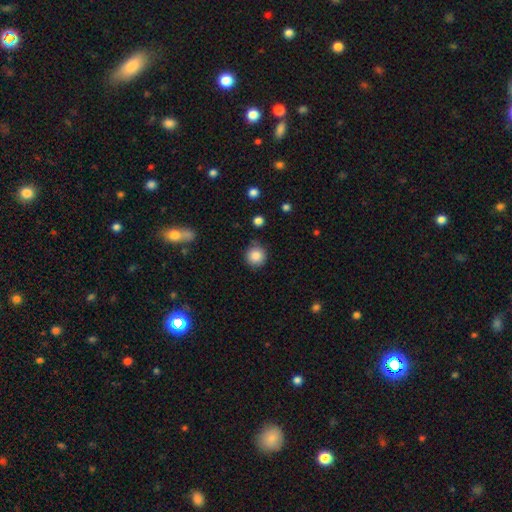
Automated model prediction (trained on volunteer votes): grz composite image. It shows a smooth galaxy with no disk features (86%) that is round (93%). Merging: none (82%).